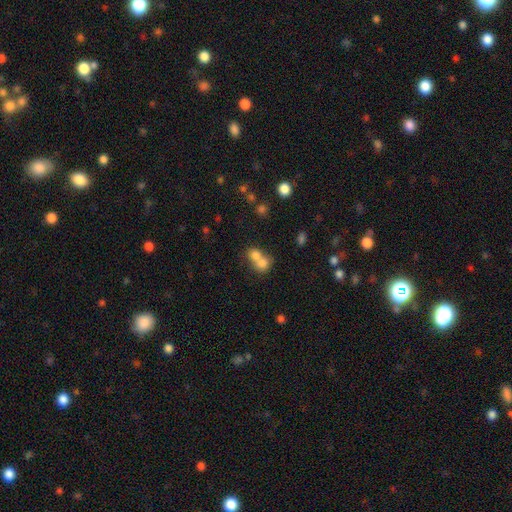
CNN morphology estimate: This is likely a smooth galaxy (74%). How rounded: likely round (65%). Merging: likely merger (69%).